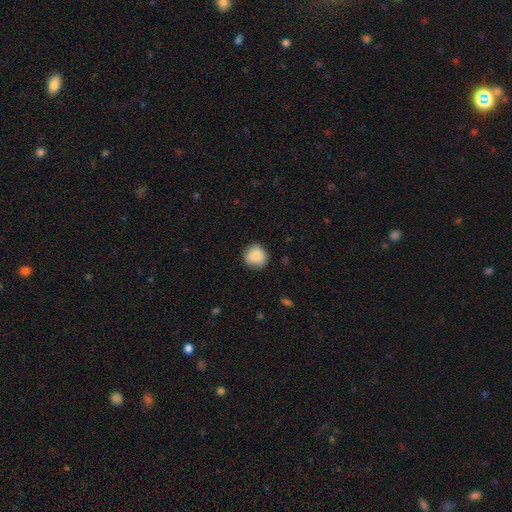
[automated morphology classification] A smooth galaxy with no disk features (85%) that is round (88%).

Vote fractions:
- Smooth or featured? smooth: 85% / star or artifact: 8% / featured or disk: 7%
- How rounded? round: 88% / in between: 11% / cigar-shaped: 1%
- Merging? none: 81% / minor disturbance: 15% / major disturbance: 3% / merger: 1%